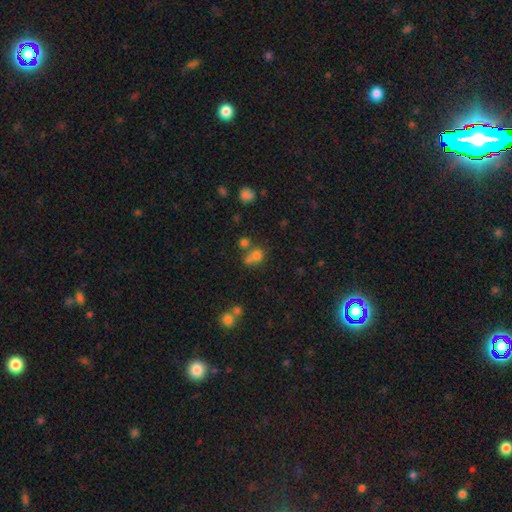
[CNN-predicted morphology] Q: Smooth or featured?
A: smooth (72%); runner-up: star or artifact (17%)
Q: How rounded?
A: round (63%); runner-up: in between (36%)
Q: Merging?
A: none (41%); runner-up: merger (39%)